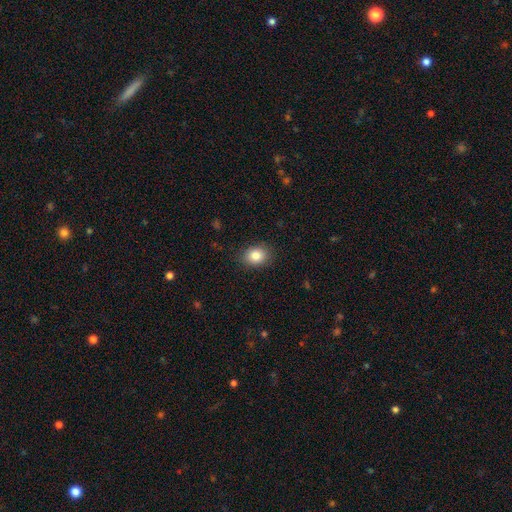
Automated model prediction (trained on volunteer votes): Smooth or featured?
  - smooth: 84% *
  - star or artifact: 9%
  - featured or disk: 7%
How rounded?
  - in between: 54% *
  - round: 45%
  - cigar-shaped: 1%
Merging?
  - none: 86% *
  - minor disturbance: 10%
  - major disturbance: 3%
  - merger: 1%